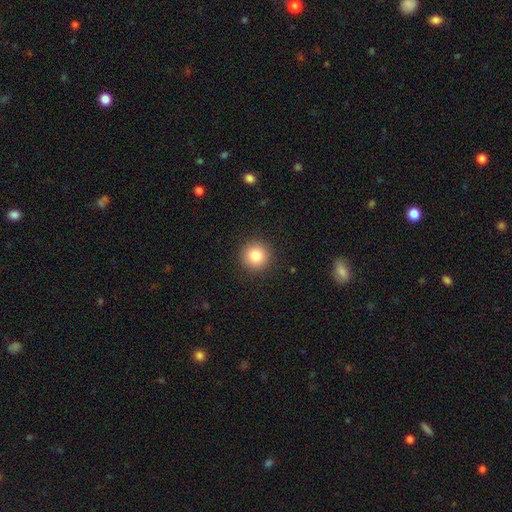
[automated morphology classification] This is clearly a smooth galaxy (83%). How rounded: clearly round (95%). Merging: clearly none (92%).